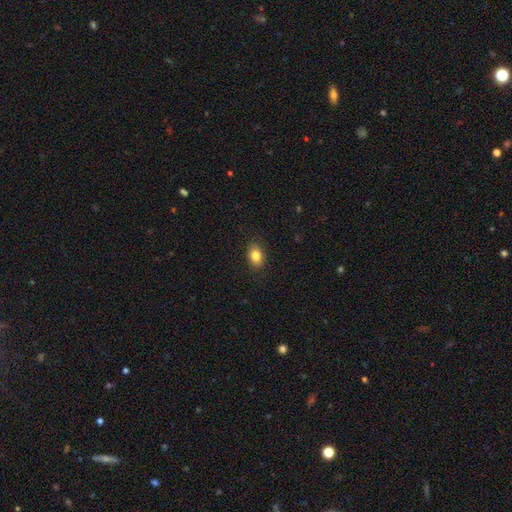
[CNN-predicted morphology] Smooth or featured: smooth — 83% (star or artifact — 9%)
How rounded: in between — 77% (round — 22%)
Merging: none — 89% (minor disturbance — 8%)